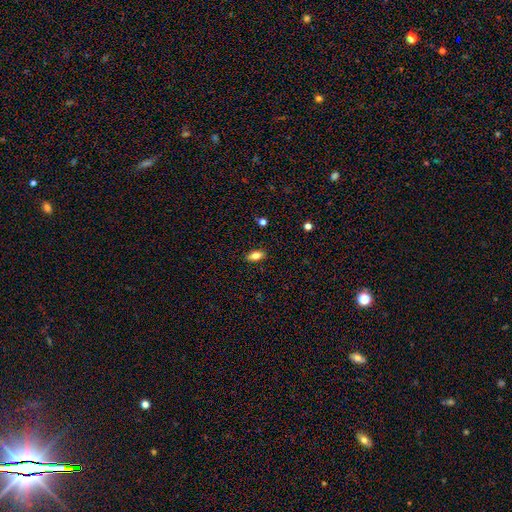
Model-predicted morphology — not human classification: Smooth or featured?
  - smooth: 78% *
  - featured or disk: 13%
  - star or artifact: 9%
How rounded?
  - in between: 86% *
  - cigar-shaped: 10%
  - round: 4%
Merging?
  - none: 88% *
  - minor disturbance: 9%
  - major disturbance: 2%
  - merger: 1%